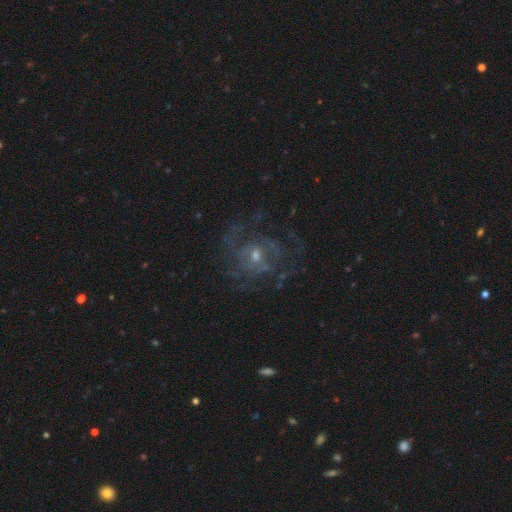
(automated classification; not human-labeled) Smooth or featured? featured or disk (79%)
Edge-on disk? no (97%)
Bar? no (68%)
Spiral arms? yes (81%)
Spiral winding? tight (44%)
Spiral arm count? can't tell (42%)
Bulge size? small (48%)
Merging? none (65%)